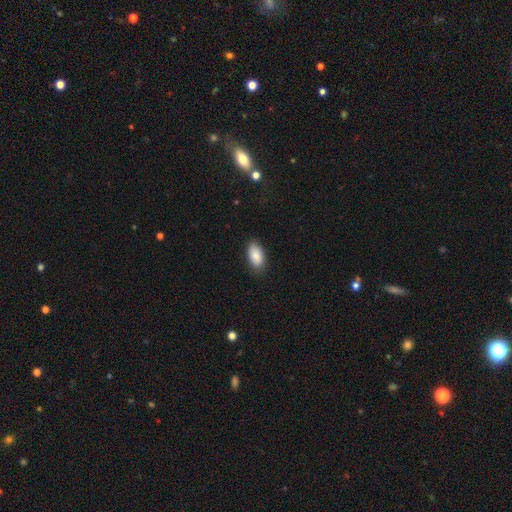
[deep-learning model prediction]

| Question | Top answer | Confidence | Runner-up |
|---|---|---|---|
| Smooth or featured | smooth | 87% | star or artifact (7%) |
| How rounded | in between | 93% | cigar-shaped (4%) |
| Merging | none | 83% | minor disturbance (14%) |